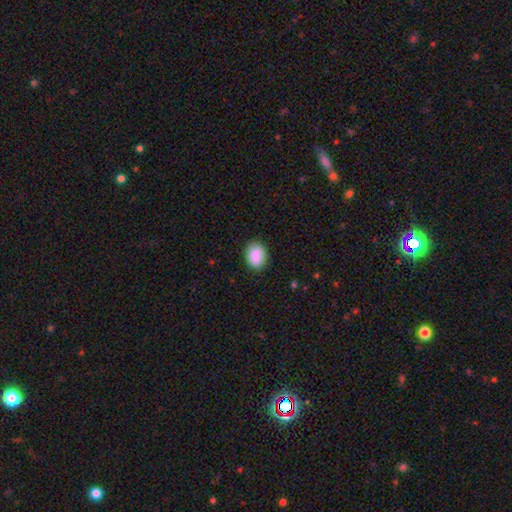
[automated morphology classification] Smooth or featured?
  - smooth: 88% *
  - star or artifact: 7%
  - featured or disk: 5%
How rounded?
  - in between: 63% *
  - round: 36%
  - cigar-shaped: 1%
Merging?
  - none: 82% *
  - minor disturbance: 14%
  - major disturbance: 3%
  - merger: 1%